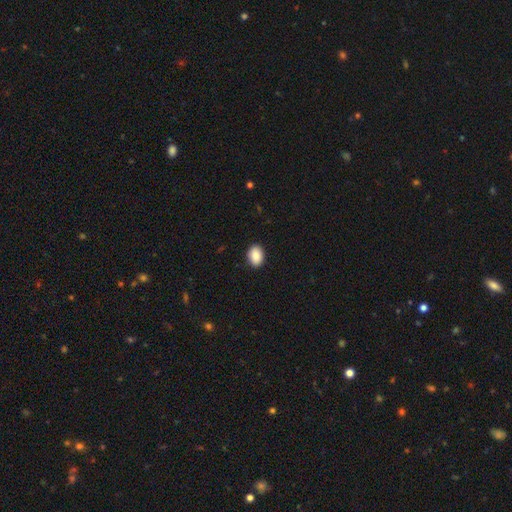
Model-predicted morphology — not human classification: Smooth or featured? smooth (88%)
How rounded? in between (77%)
Merging? none (91%)